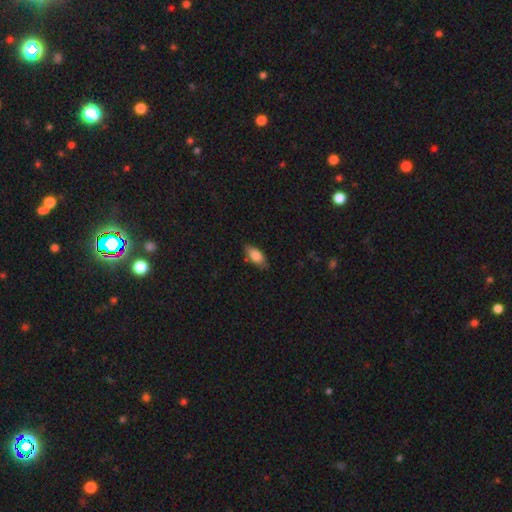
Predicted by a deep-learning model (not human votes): smooth 81%, featured or disk 12%, star or artifact 7%. Down the decision tree: how rounded — in between (86%); merging — none (77%).